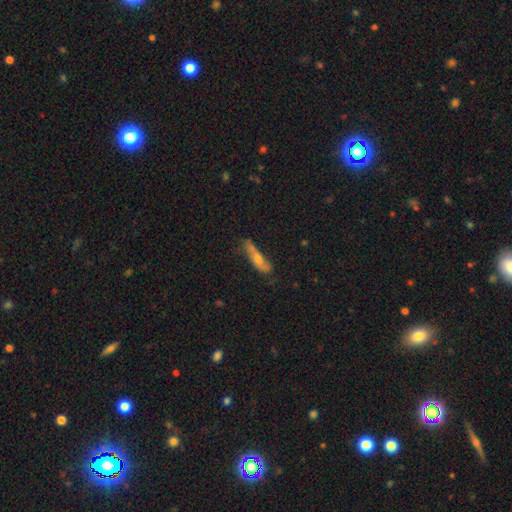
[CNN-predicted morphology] A featured or disk galaxy (50%) viewed edge-on (66%). Merging: none (69%).